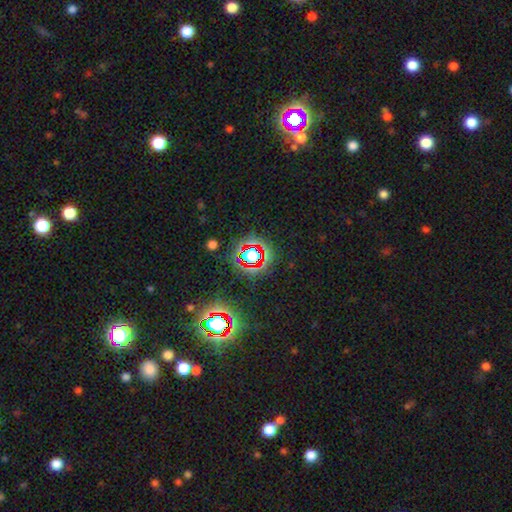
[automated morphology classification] star or artifact 70%, smooth 19%, featured or disk 11%.